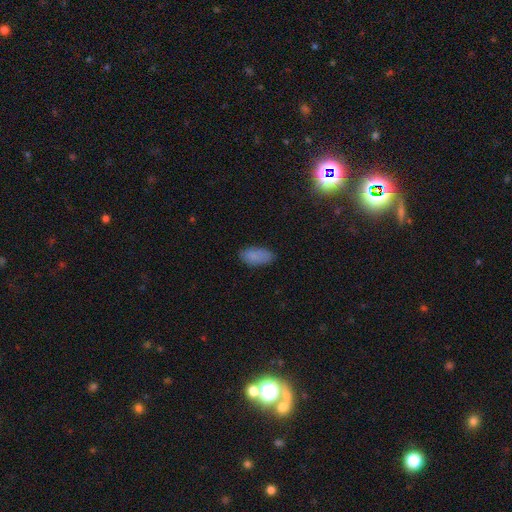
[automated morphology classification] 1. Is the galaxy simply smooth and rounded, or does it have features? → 85% smooth, 8% star or artifact, 7% featured or disk.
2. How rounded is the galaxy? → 91% in between, 6% cigar-shaped, 2% round.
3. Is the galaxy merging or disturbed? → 78% none, 17% minor disturbance, 3% major disturbance, 1% merger.